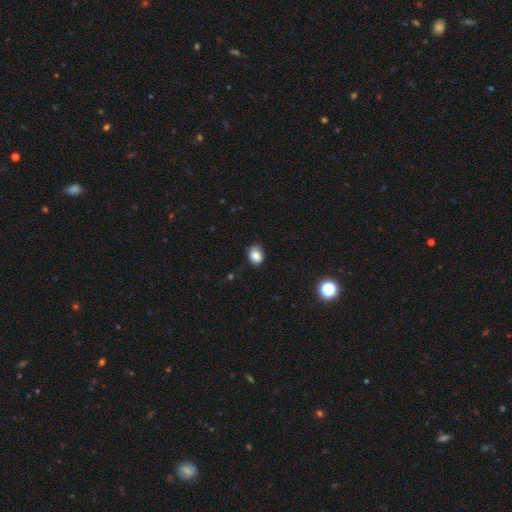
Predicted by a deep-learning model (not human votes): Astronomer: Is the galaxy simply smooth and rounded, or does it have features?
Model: smooth — 82%.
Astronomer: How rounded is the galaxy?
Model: round — 59% (runner-up: in between, 40%).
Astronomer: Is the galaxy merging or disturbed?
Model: none — 73%.